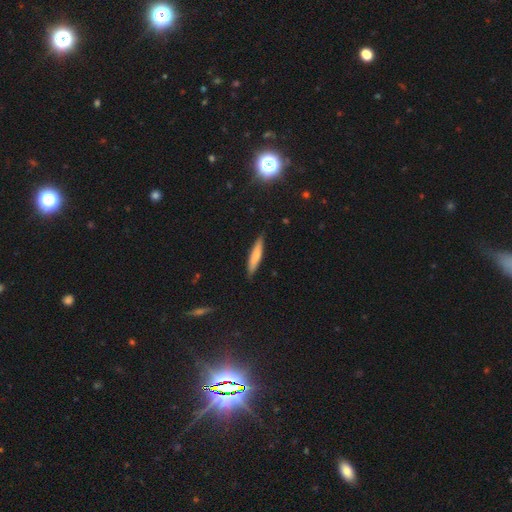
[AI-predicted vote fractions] Smooth or featured?
  - smooth: 71% *
  - featured or disk: 23%
  - star or artifact: 6%
How rounded?
  - cigar-shaped: 90% *
  - in between: 9%
  - round: 1%
Merging?
  - none: 87% *
  - minor disturbance: 10%
  - major disturbance: 2%
  - merger: 1%